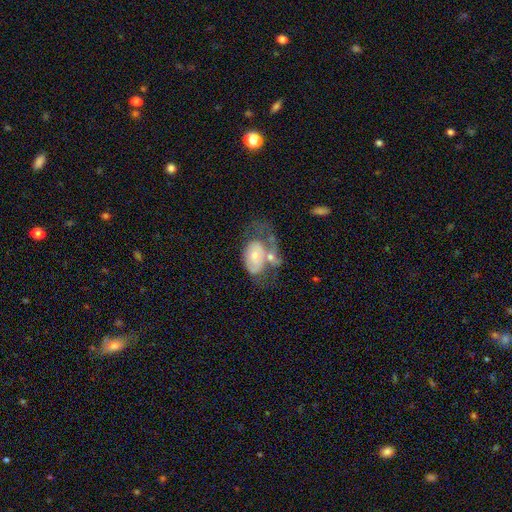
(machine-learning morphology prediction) The model was most divided on "merging": merger: 39%, major disturbance: 30%, none: 17%, minor disturbance: 14%. More confident: edge-on disk — no (95%); smooth or featured — featured or disk (52%).